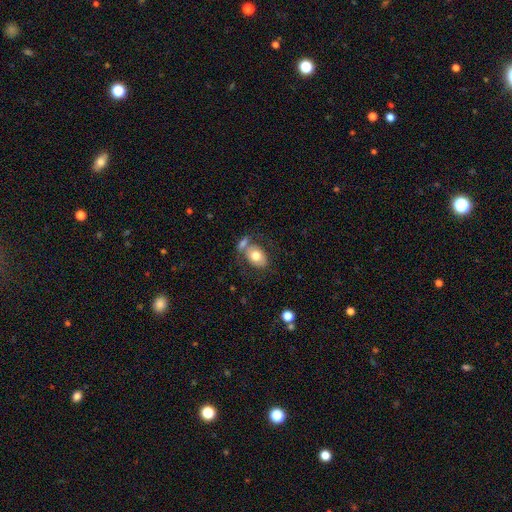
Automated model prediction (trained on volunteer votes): Overall: smooth (70%). How rounded: in between (73%). Merging: none (49%; merger 27%).